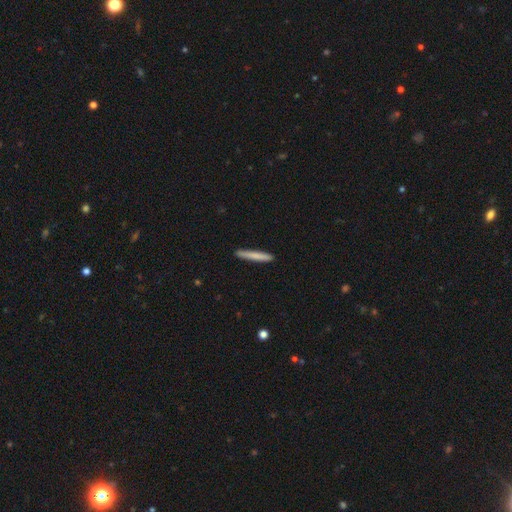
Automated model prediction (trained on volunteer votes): This is likely a smooth galaxy (78%). How rounded: clearly cigar-shaped (96%). Merging: clearly none (91%).